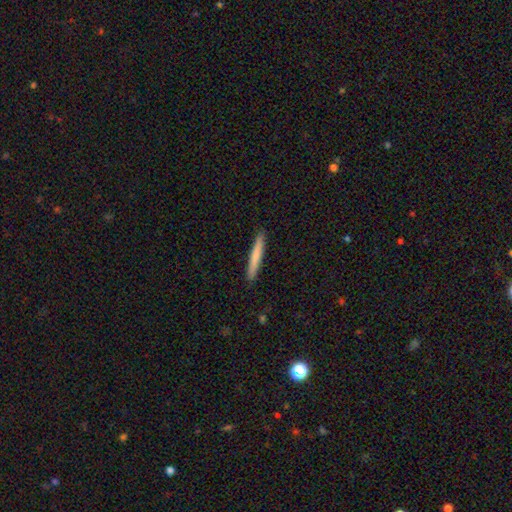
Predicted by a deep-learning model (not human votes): Smooth or featured: smooth — 74% (featured or disk — 21%)
How rounded: cigar-shaped — 96% (in between — 3%)
Merging: none — 92% (minor disturbance — 6%)